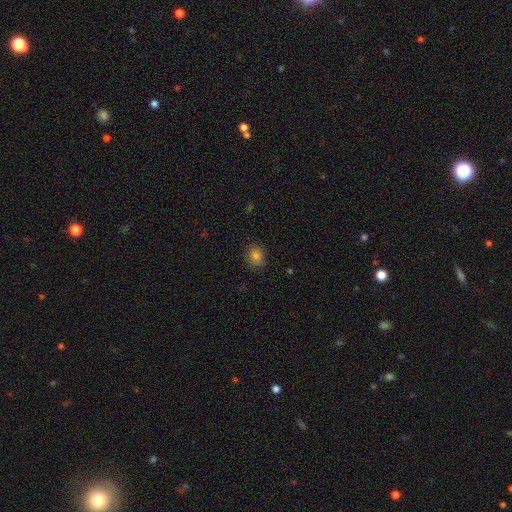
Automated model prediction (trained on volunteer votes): Q: Smooth or featured?
A: smooth (81%); runner-up: star or artifact (12%)
Q: How rounded?
A: round (68%); runner-up: in between (32%)
Q: Merging?
A: none (85%); runner-up: minor disturbance (11%)